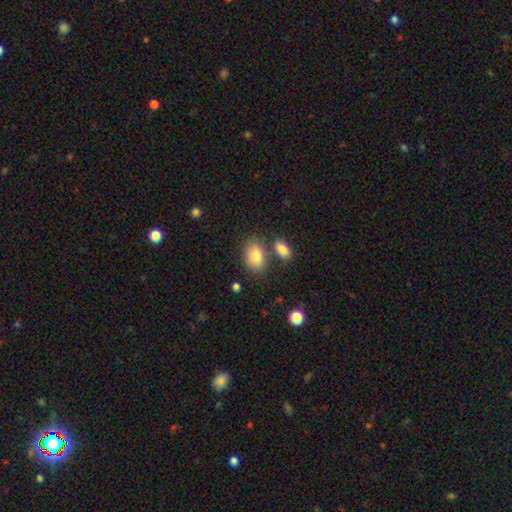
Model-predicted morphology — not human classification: smooth 83%, featured or disk 10%, star or artifact 8%. Down the decision tree: how rounded — in between (86%); merging — none (67%).